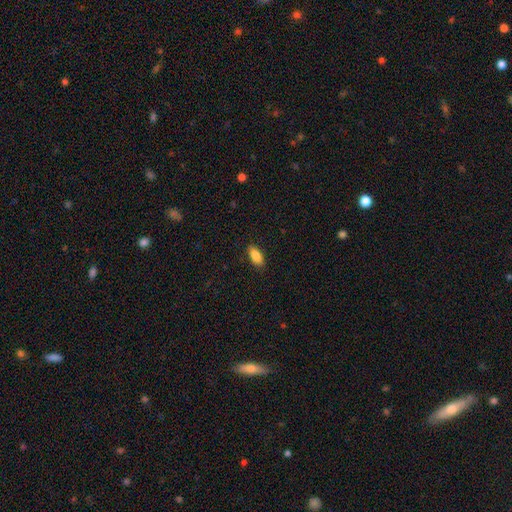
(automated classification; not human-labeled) A smooth galaxy with no disk features (86%) that is in between round and cigar-shaped (84%).

Vote fractions:
- Smooth or featured? smooth: 86% / featured or disk: 7% / star or artifact: 7%
- How rounded? in between: 84% / cigar-shaped: 13% / round: 3%
- Merging? none: 86% / minor disturbance: 11% / major disturbance: 2% / merger: 1%